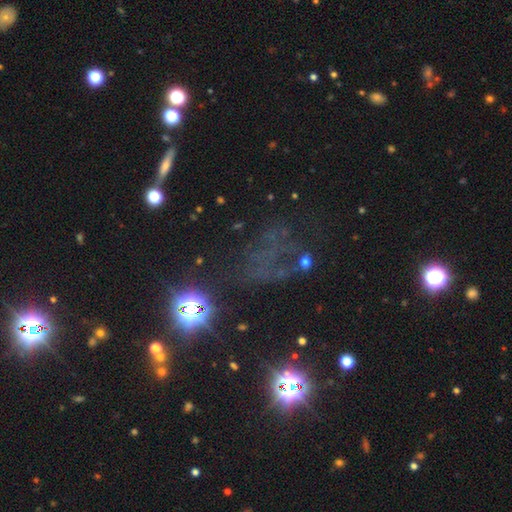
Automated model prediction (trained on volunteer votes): Smooth or featured: star or artifact — 59% (smooth — 26%)